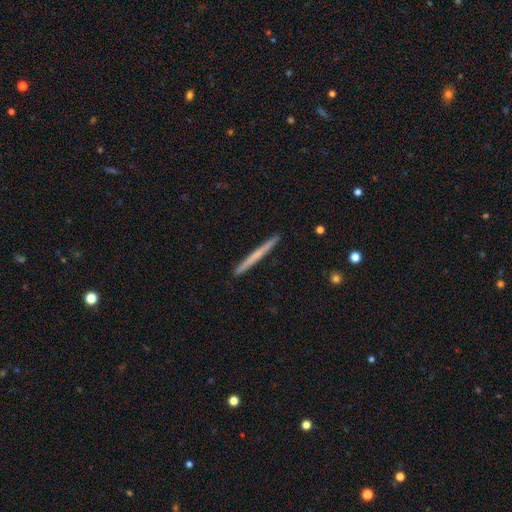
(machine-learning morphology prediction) A smooth galaxy with no disk features (52%) that is cigar-shaped (97%). Merging: none (93%).